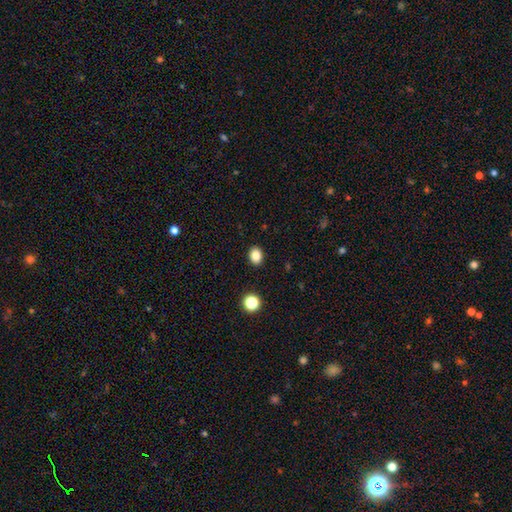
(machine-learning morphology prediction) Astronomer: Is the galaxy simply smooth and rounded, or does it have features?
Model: smooth — 84%.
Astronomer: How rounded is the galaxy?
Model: in between — 58% (runner-up: round, 41%).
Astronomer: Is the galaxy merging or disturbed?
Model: none — 90%.